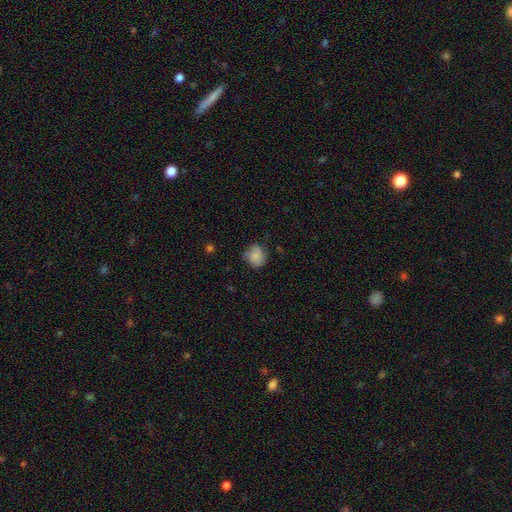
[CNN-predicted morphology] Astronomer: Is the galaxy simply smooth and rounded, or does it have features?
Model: smooth — 80%.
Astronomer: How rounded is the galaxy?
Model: round — 66%.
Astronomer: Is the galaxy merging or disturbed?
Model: none — 62%.